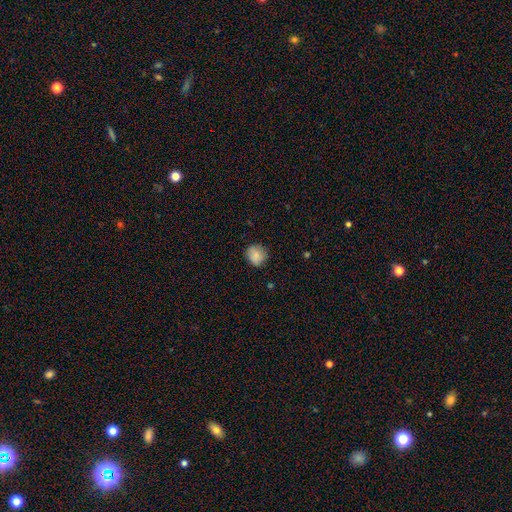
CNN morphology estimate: Smooth or featured? Predicted: smooth (p=0.83). How rounded? Predicted: round (p=0.82). Merging? Predicted: none (p=0.77).